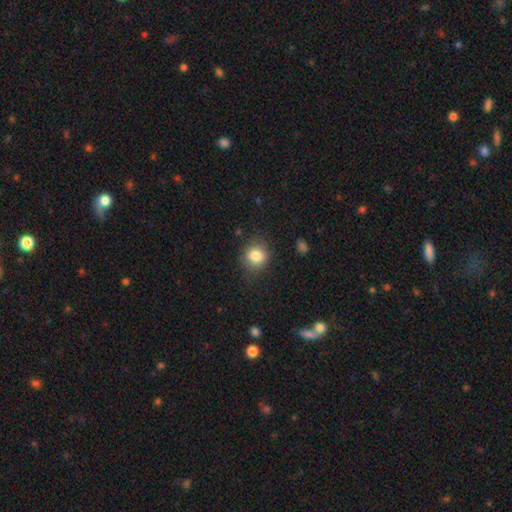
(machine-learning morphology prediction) Q: Smooth or featured?
A: smooth (83%); runner-up: star or artifact (10%)
Q: How rounded?
A: round (66%); runner-up: in between (33%)
Q: Merging?
A: none (76%); runner-up: minor disturbance (17%)